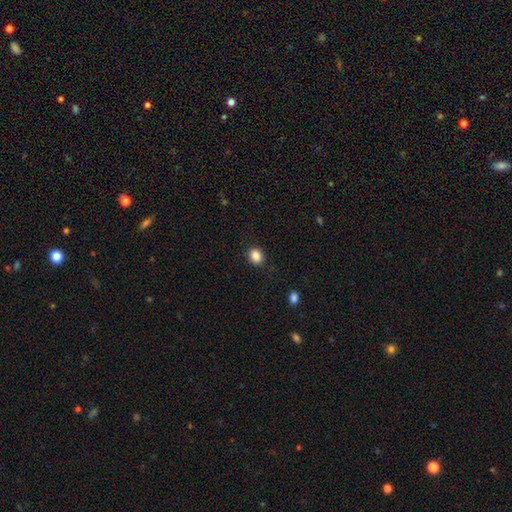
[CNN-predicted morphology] smooth_or_featured: smooth (p=0.87) [alt: star or artifact p=0.09]
how_rounded: round (p=0.54) [alt: in between p=0.45]
merging: none (p=0.88) [alt: minor disturbance p=0.08]